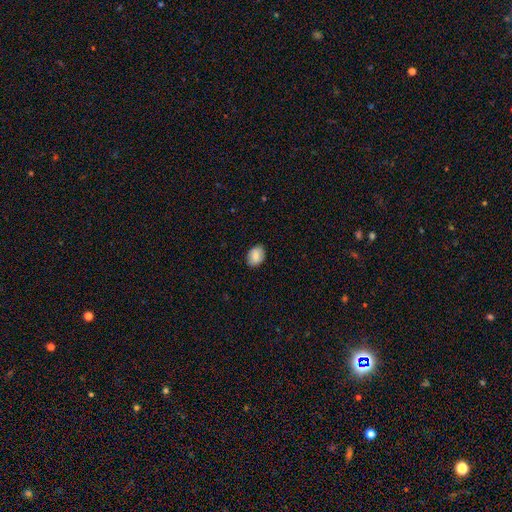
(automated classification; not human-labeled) Smooth or featured: smooth — 86% (star or artifact — 7%)
How rounded: in between — 75% (round — 24%)
Merging: none — 86% (minor disturbance — 11%)